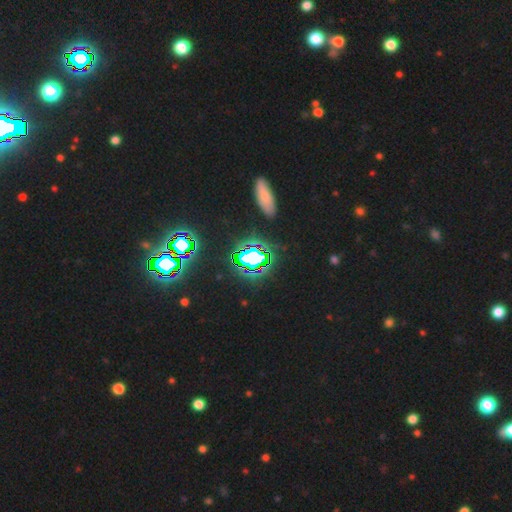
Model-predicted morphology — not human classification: Smooth or featured? Predicted: star or artifact (p=0.74).